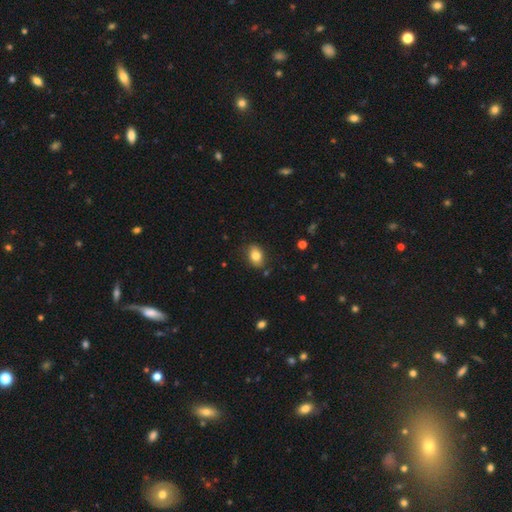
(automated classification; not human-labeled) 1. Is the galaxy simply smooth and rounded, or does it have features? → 80% smooth, 12% featured or disk, 8% star or artifact.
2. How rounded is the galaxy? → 79% in between, 19% round, 2% cigar-shaped.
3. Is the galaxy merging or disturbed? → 79% none, 16% minor disturbance, 3% major disturbance, 2% merger.